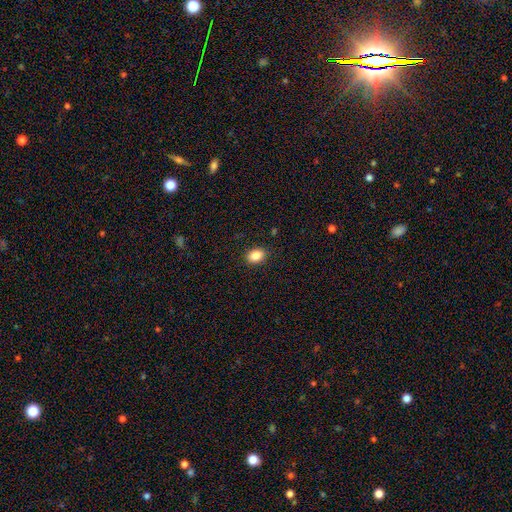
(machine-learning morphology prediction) A smooth galaxy with no disk features (87%) that is in between round and cigar-shaped (70%).

Vote fractions:
- Smooth or featured? smooth: 87% / star or artifact: 9% / featured or disk: 4%
- How rounded? in between: 70% / round: 29% / cigar-shaped: 1%
- Merging? none: 89% / minor disturbance: 8% / major disturbance: 2% / merger: 1%